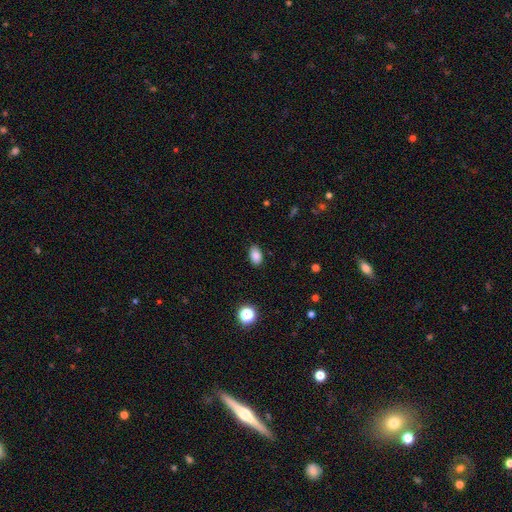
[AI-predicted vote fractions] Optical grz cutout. It shows a smooth galaxy with no disk features (86%) that is in between round and cigar-shaped (89%). Merging: none (86%).